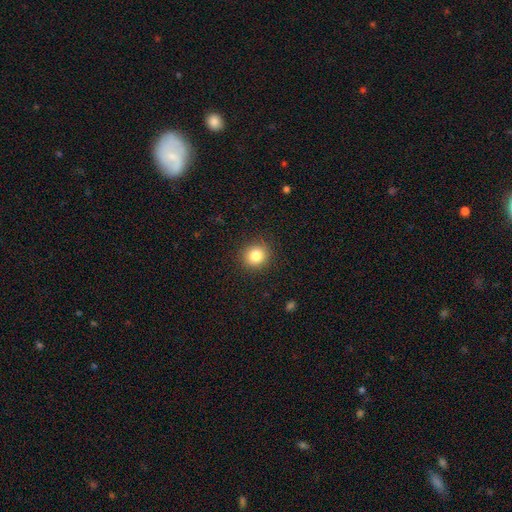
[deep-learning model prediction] A smooth galaxy with no disk features (83%) that is round (88%).

Vote fractions:
- Smooth or featured? smooth: 83% / star or artifact: 11% / featured or disk: 6%
- How rounded? round: 88% / in between: 11% / cigar-shaped: 1%
- Merging? none: 90% / minor disturbance: 6% / major disturbance: 2% / merger: 1%